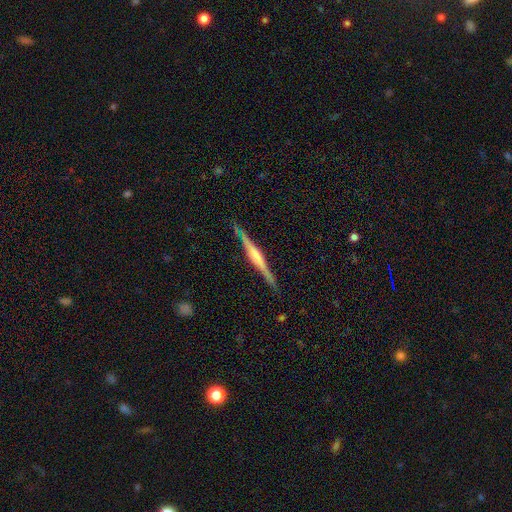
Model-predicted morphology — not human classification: A featured or disk galaxy (77%) viewed edge-on (98%) with a rounded central bulge (50%). Merging: none (88%).